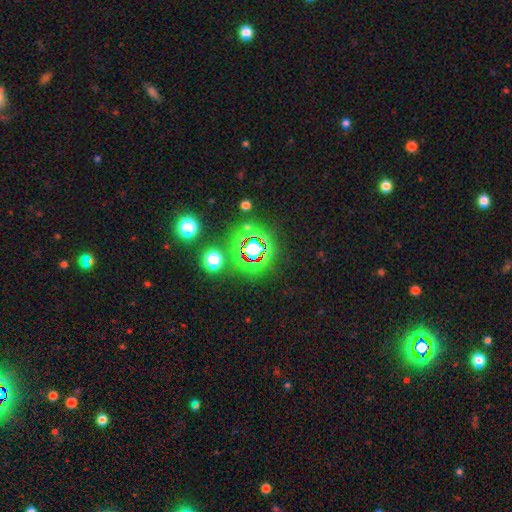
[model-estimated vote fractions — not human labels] The model was most divided on "smooth or featured": star or artifact: 80%, smooth: 12%, featured or disk: 8%.